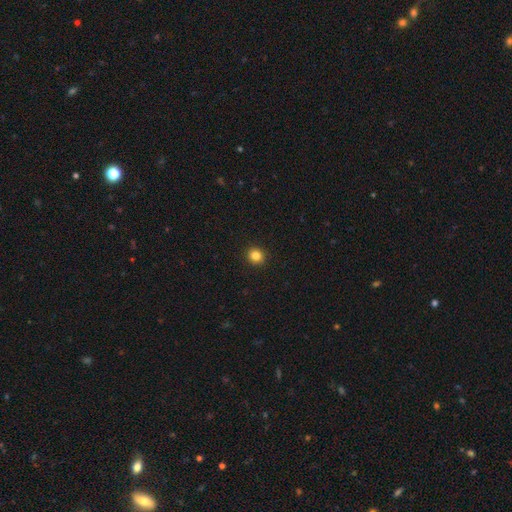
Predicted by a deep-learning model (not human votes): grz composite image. It shows a smooth galaxy with no disk features (84%) that is round (89%). Merging: none (92%).